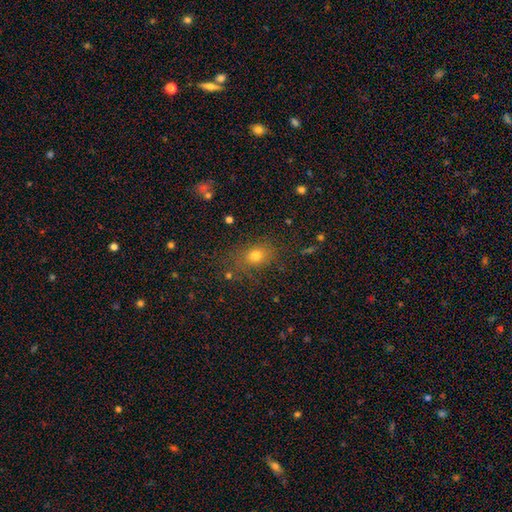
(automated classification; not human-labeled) smooth 73%, star or artifact 17%, featured or disk 10%. Down the decision tree: how rounded — in between (60%); merging — none (76%).